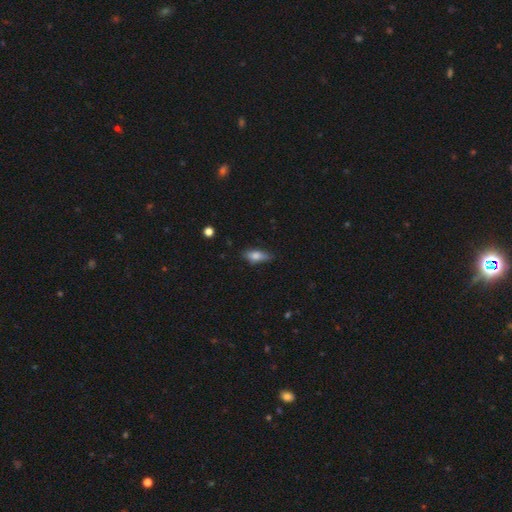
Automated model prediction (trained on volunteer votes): Smooth or featured? Predicted: smooth (p=0.73). How rounded? Predicted: in between (p=0.71). Merging? Predicted: none (p=0.69).